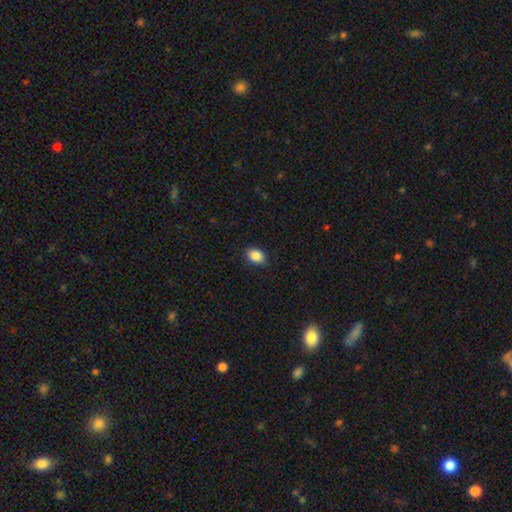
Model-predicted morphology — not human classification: smooth_or_featured: smooth (p=0.88) [alt: star or artifact p=0.08]
how_rounded: in between (p=0.81) [alt: round p=0.17]
merging: none (p=0.87) [alt: minor disturbance p=0.10]